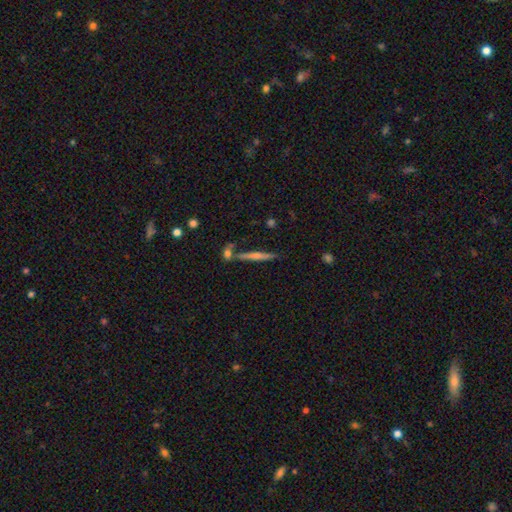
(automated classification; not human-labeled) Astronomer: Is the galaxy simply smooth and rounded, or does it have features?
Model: featured or disk — 51% (runner-up: smooth, 31%).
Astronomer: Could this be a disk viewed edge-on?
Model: yes — 90%.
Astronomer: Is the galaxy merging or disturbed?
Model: none — 74%.